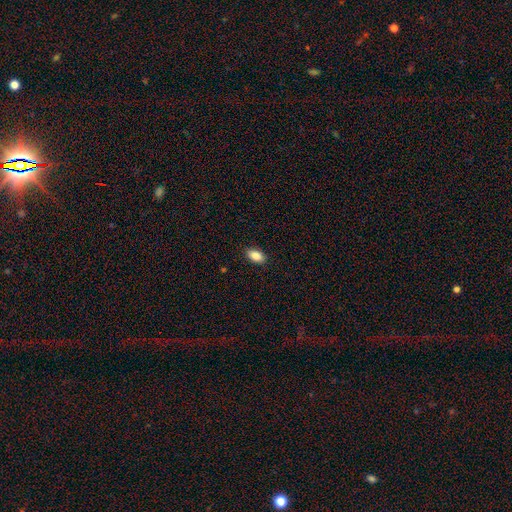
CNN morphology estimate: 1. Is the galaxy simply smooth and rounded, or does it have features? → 86% smooth, 8% star or artifact, 6% featured or disk.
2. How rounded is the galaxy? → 91% in between, 7% round, 3% cigar-shaped.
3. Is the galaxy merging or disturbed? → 90% none, 8% minor disturbance, 2% major disturbance, 1% merger.